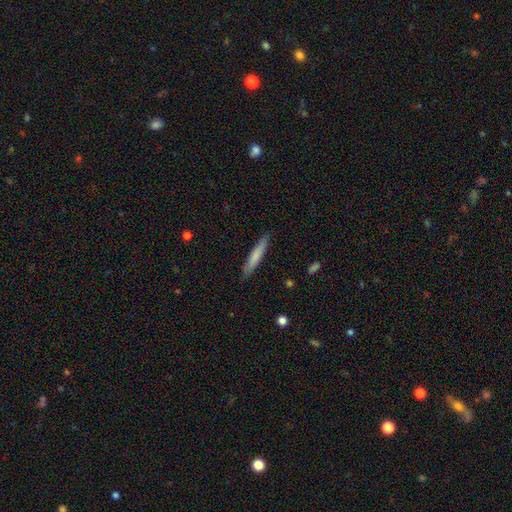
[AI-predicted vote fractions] Morphology: type=smooth (72%); roundness=cigar-shaped (93%); merging=none (88%).